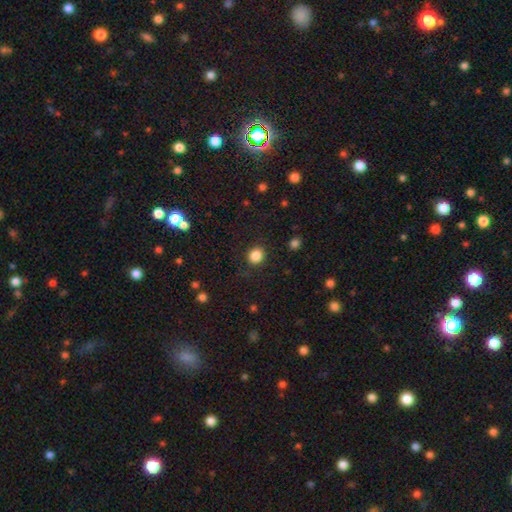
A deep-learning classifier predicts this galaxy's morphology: A smooth galaxy with no disk features (86%) that is round (76%). Merging: none (87%).